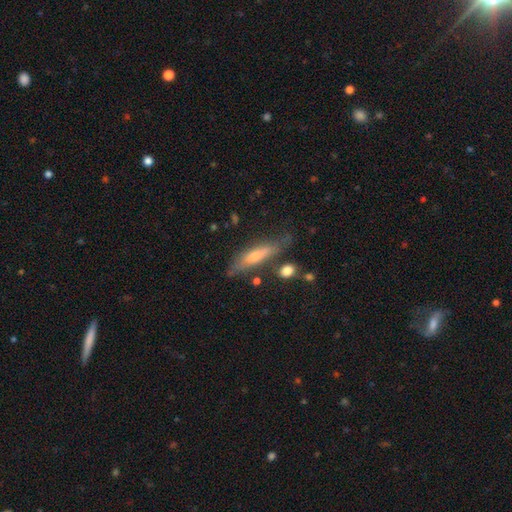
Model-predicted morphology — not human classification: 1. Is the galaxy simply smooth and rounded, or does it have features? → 50% smooth, 43% featured or disk, 7% star or artifact.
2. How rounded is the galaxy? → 77% cigar-shaped, 21% in between, 2% round.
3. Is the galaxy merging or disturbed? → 66% none, 21% minor disturbance, 7% major disturbance, 6% merger.